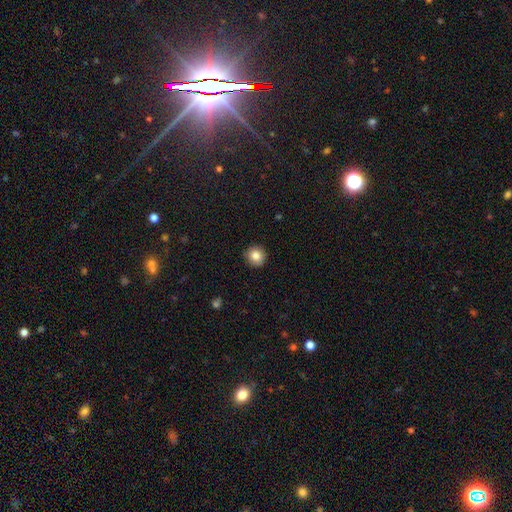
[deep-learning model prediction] Smooth or featured?
  - smooth: 84% *
  - star or artifact: 10%
  - featured or disk: 6%
How rounded?
  - round: 92% *
  - in between: 7%
  - cigar-shaped: 1%
Merging?
  - none: 90% *
  - minor disturbance: 7%
  - major disturbance: 2%
  - merger: 1%